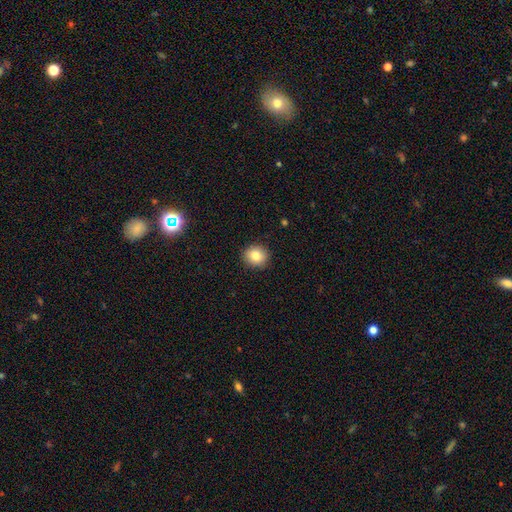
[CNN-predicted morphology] smooth 84%, star or artifact 10%, featured or disk 7%. Down the decision tree: how rounded — round (84%); merging — none (91%).